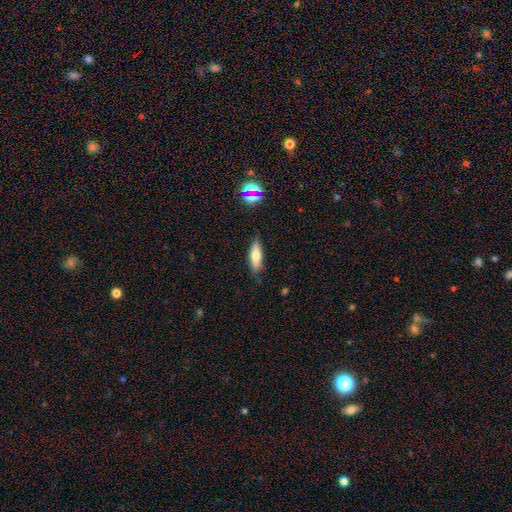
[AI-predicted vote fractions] Smooth or featured?
  - smooth: 65% *
  - featured or disk: 26%
  - star or artifact: 9%
How rounded?
  - cigar-shaped: 49% *
  - in between: 48%
  - round: 3%
Merging?
  - none: 79% *
  - minor disturbance: 16%
  - major disturbance: 3%
  - merger: 2%